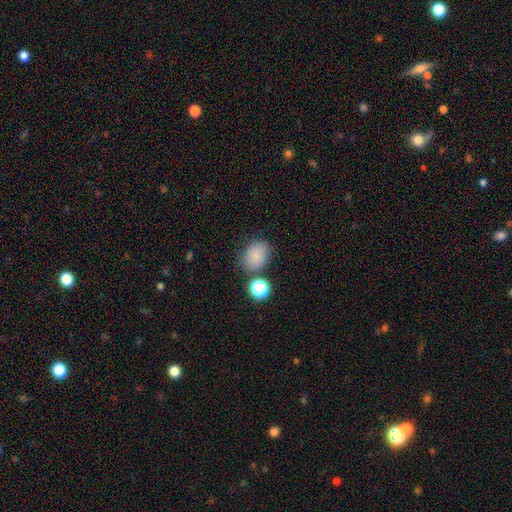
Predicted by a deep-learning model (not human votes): This is likely a smooth galaxy (80%). How rounded: possibly in between (54%). Merging: likely none (72%).